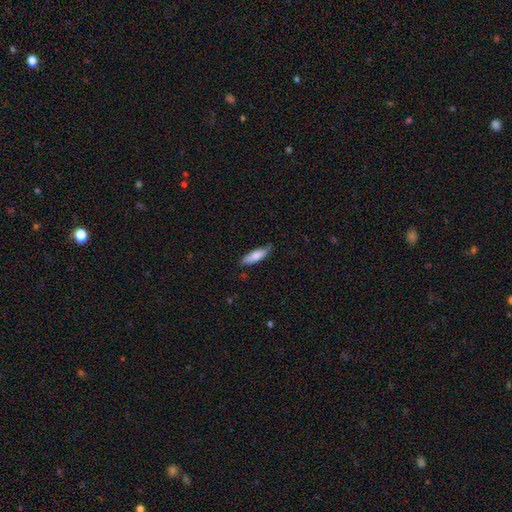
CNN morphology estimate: Overall: smooth (80%). How rounded: cigar-shaped (51%; in between 47%). Merging: none (71%).